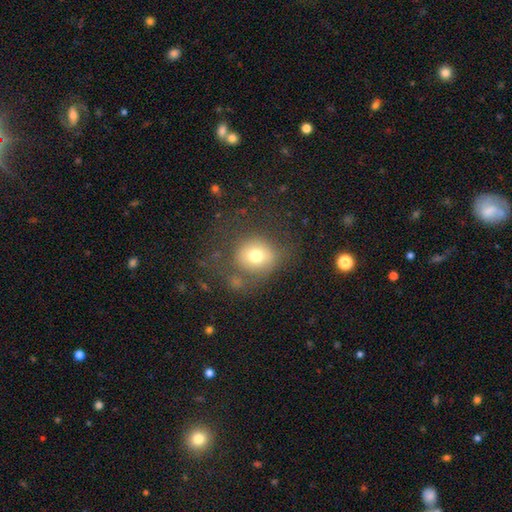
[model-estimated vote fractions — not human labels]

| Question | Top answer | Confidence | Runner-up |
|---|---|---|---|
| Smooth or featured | smooth | 72% | featured or disk (16%) |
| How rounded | round | 82% | in between (17%) |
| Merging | none | 59% | minor disturbance (19%) |